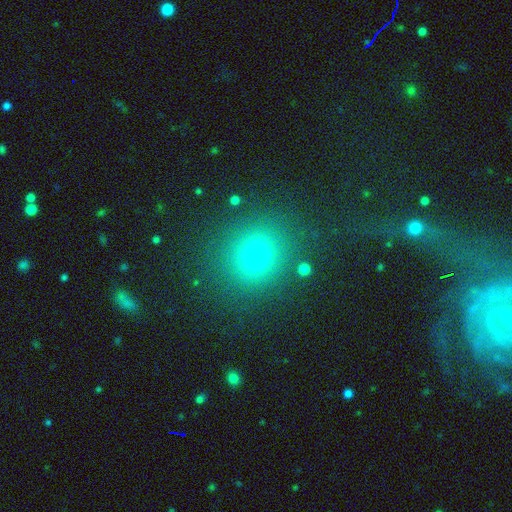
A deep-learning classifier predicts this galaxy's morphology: A smooth galaxy with no disk features (71%) that is round (80%). Merging: none (84%).